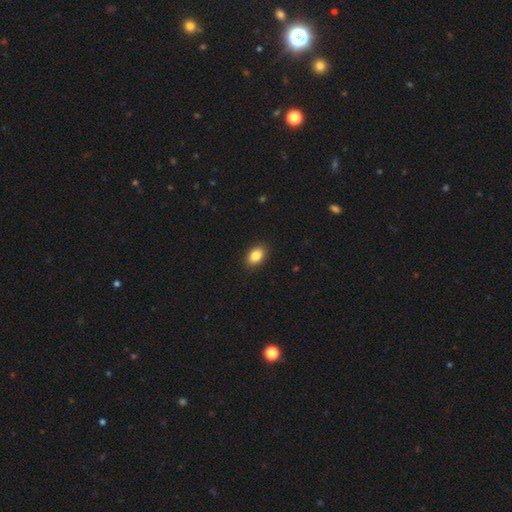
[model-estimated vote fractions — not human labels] A smooth galaxy with no disk features (86%) that is in between round and cigar-shaped (84%).

Vote fractions:
- Smooth or featured? smooth: 86% / star or artifact: 8% / featured or disk: 6%
- How rounded? in between: 84% / round: 15% / cigar-shaped: 1%
- Merging? none: 89% / minor disturbance: 8% / major disturbance: 2% / merger: 1%